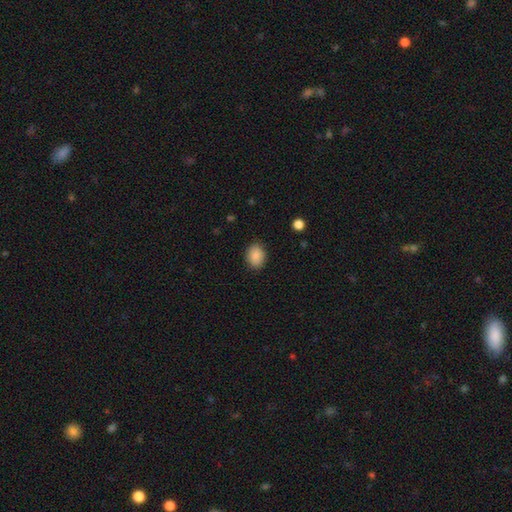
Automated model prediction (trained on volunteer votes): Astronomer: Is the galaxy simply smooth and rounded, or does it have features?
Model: smooth — 88%.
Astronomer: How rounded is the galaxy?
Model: in between — 62% (runner-up: round, 37%).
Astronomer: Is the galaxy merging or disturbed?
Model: none — 86%.